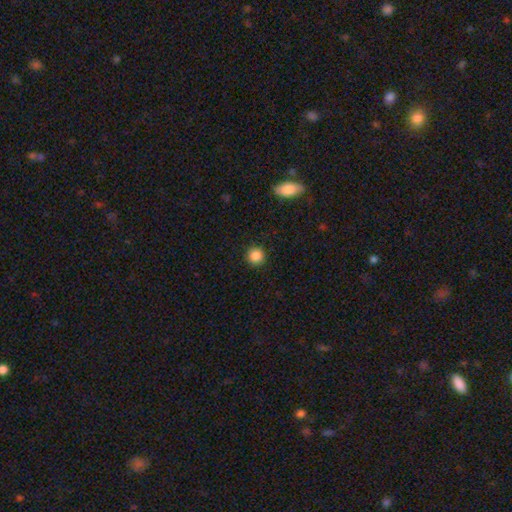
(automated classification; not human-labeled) smooth-or-featured: smooth: 86% | star or artifact: 10% | featured or disk: 3%
  how-rounded: round: 94% | in between: 5% | cigar-shaped: 1%
  merging: none: 92% | minor disturbance: 5% | major disturbance: 2% | merger: 1%